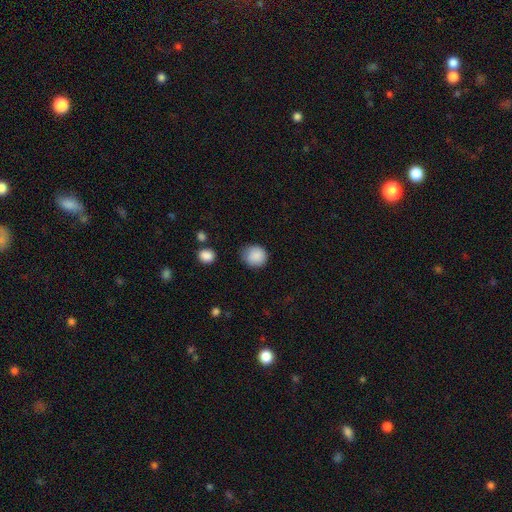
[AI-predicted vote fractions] A smooth galaxy with no disk features (88%) that is round (85%).

Vote fractions:
- Smooth or featured? smooth: 88% / star or artifact: 8% / featured or disk: 4%
- How rounded? round: 85% / in between: 14% / cigar-shaped: 1%
- Merging? none: 73% / minor disturbance: 21% / major disturbance: 4% / merger: 2%